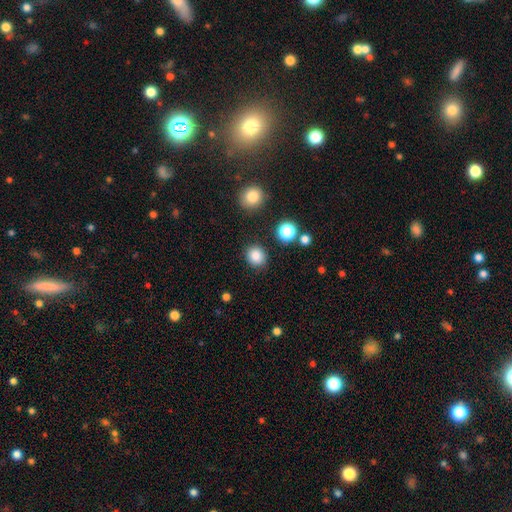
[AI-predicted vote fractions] This appears to be a smooth galaxy with no disk features (85%) that is round (77%). Merging: none (87%).